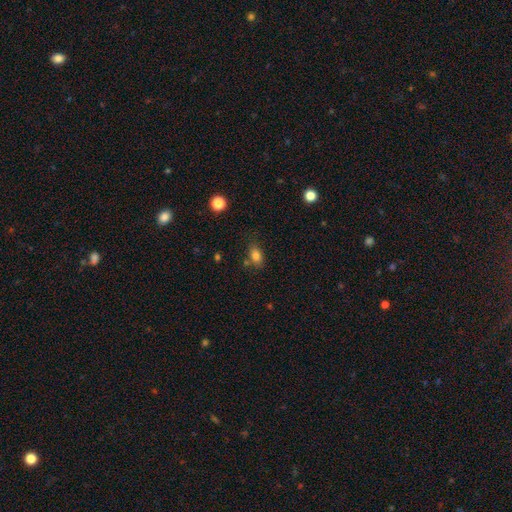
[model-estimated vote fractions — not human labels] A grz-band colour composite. It shows a smooth galaxy with no disk features (81%) that is in between round and cigar-shaped (82%). Merging: none (71%).